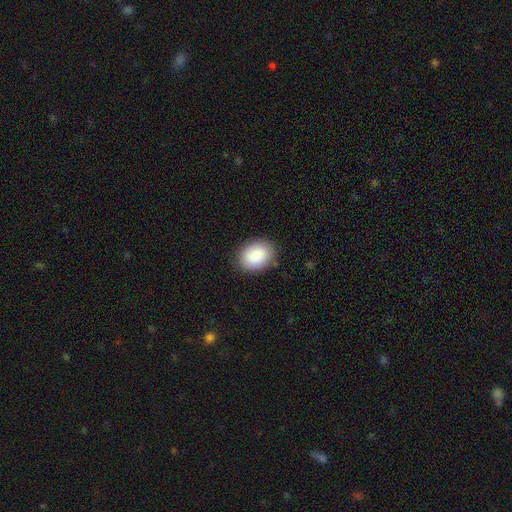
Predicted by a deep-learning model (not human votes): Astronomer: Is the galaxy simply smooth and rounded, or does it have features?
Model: smooth — 89%.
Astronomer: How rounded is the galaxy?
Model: in between — 75%.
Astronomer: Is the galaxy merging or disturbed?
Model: none — 86%.